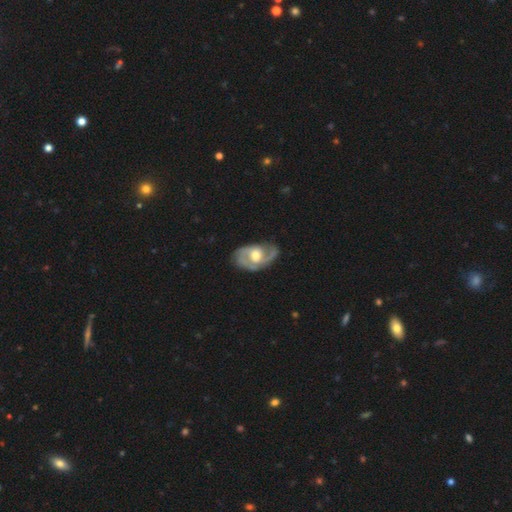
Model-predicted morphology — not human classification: The model was most divided on "spiral winding": medium: 49%, tight: 34%, loose: 16%. More confident: edge-on disk — no (96%); spiral arms — yes (95%); smooth or featured — featured or disk (86%); spiral arm count — 2 (72%); bulge size — moderate (71%); merging — none (71%); bar — no (58%).